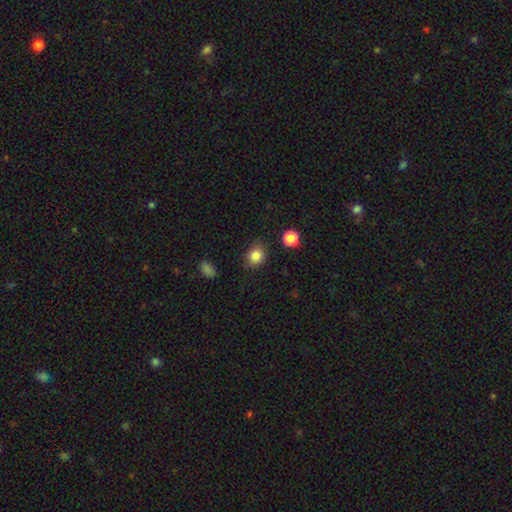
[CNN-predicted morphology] Smooth or featured: smooth — 84% (star or artifact — 10%)
How rounded: round — 64% (in between — 35%)
Merging: none — 78% (minor disturbance — 16%)